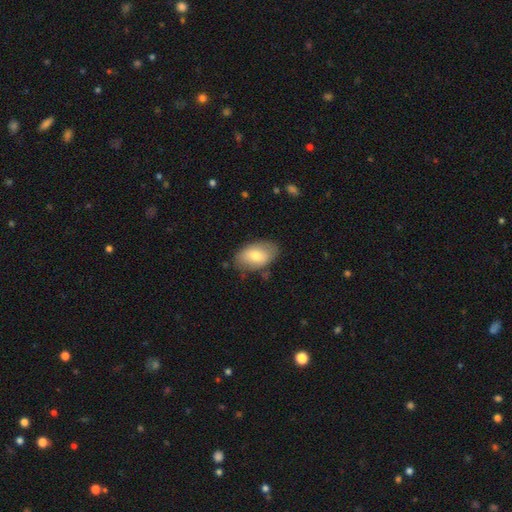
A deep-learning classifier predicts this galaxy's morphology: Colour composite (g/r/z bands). It shows a smooth galaxy with no disk features (73%) that is in between round and cigar-shaped (92%). Merging: none (74%).